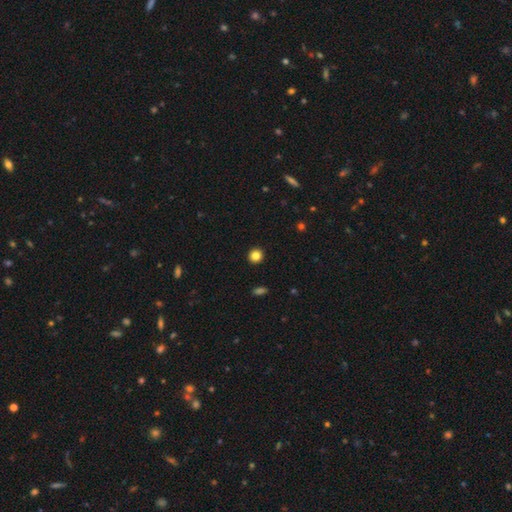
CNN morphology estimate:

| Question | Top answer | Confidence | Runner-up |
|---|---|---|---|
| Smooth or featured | smooth | 84% | star or artifact (11%) |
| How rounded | round | 91% | in between (8%) |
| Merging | none | 93% | minor disturbance (5%) |